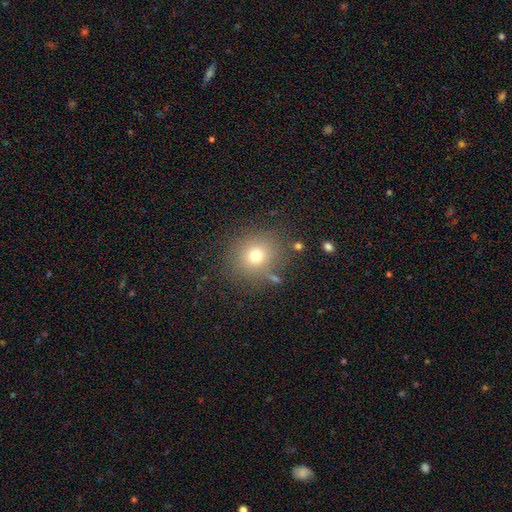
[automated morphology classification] A smooth galaxy with no disk features (72%) that is round (85%). Merging: none (81%).